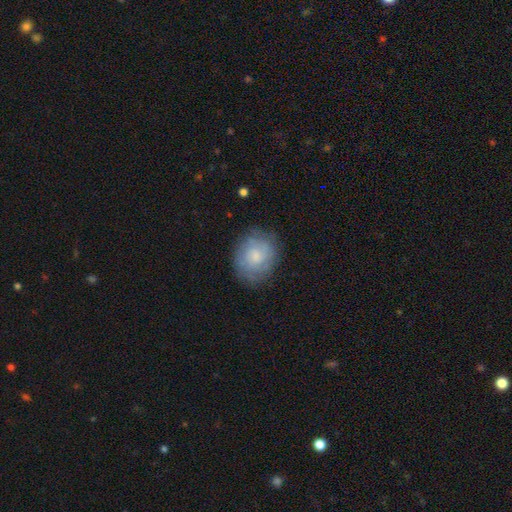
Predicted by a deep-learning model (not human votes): smooth 55%, featured or disk 37%, star or artifact 8%. Down the decision tree: how rounded — round (59%); merging — none (77%).